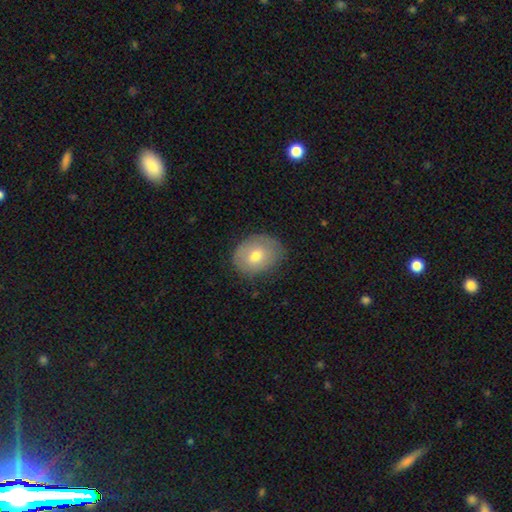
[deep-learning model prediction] This is likely a smooth galaxy (69%). How rounded: possibly in between (55%). Merging: likely none (73%).